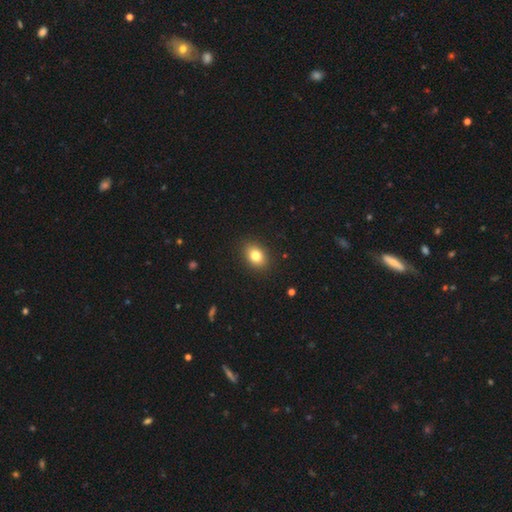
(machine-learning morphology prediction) A smooth galaxy with no disk features (81%) that is in between round and cigar-shaped (67%).

Vote fractions:
- Smooth or featured? smooth: 81% / star or artifact: 10% / featured or disk: 9%
- How rounded? in between: 67% / round: 32% / cigar-shaped: 1%
- Merging? none: 89% / minor disturbance: 8% / major disturbance: 2% / merger: 1%